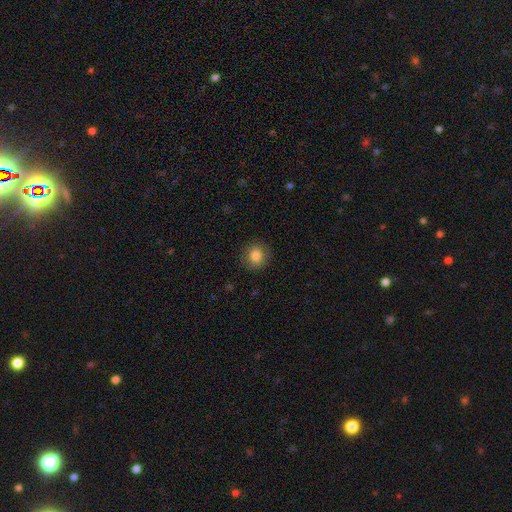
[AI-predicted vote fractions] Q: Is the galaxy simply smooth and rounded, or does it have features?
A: smooth — 83%.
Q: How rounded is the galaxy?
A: round — 84%.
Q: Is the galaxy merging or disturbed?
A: none — 88%.